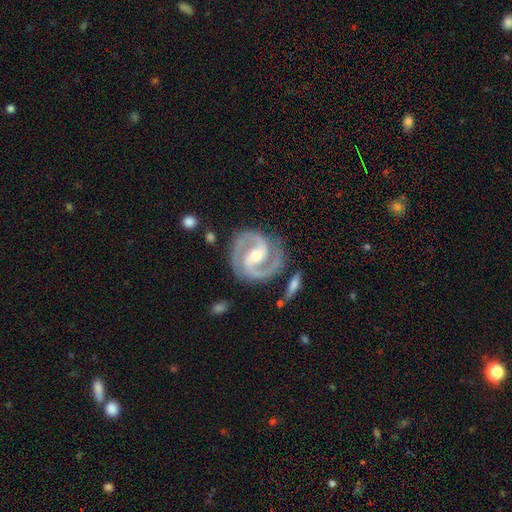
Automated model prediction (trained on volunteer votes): Morphology: type=featured or disk (93%); edge-on=no (98%); bar=strong (42%); spiral arms=yes (98%); winding=medium (52%); arm count=2 (93%); bulge=moderate (58%); merging=none (83%).